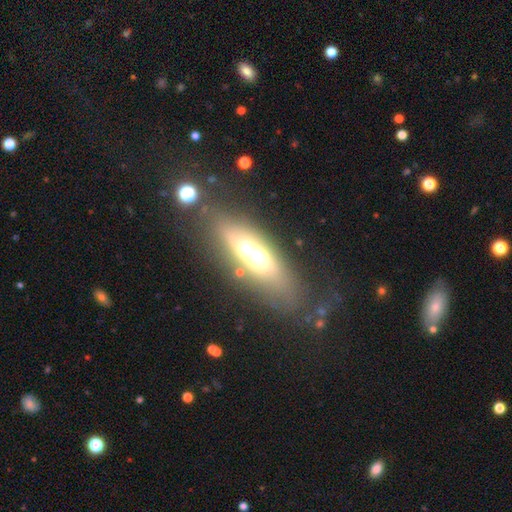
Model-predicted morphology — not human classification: Smooth or featured: featured or disk — 48% (smooth — 40%)
Merging: none — 49% (merger — 23%)